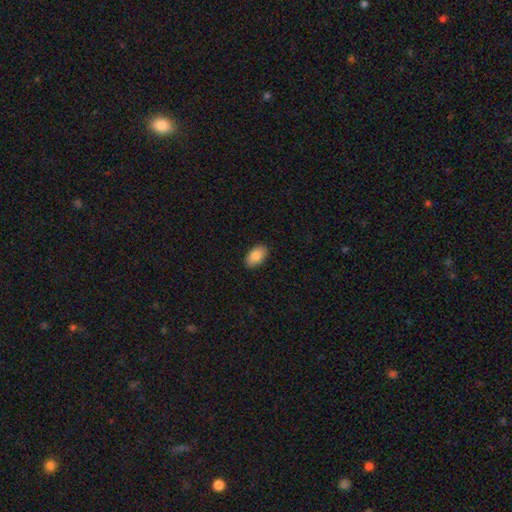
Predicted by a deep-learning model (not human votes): Smooth or featured: smooth — 88% (star or artifact — 7%)
How rounded: in between — 93% (round — 5%)
Merging: none — 89% (minor disturbance — 8%)